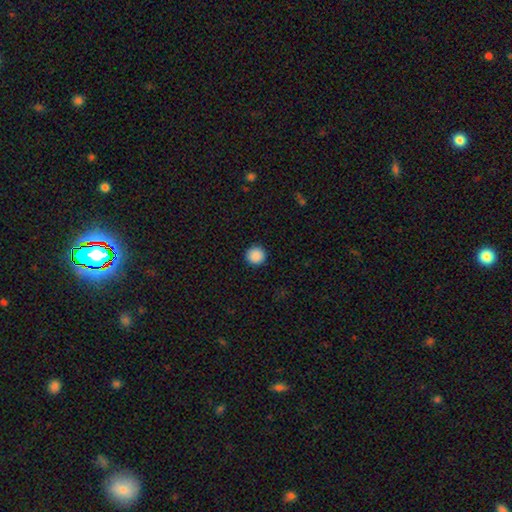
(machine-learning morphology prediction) smooth_or_featured: smooth (p=0.89) [alt: star or artifact p=0.09]
how_rounded: round (p=0.96) [alt: in between p=0.03]
merging: none (p=0.93) [alt: minor disturbance p=0.05]